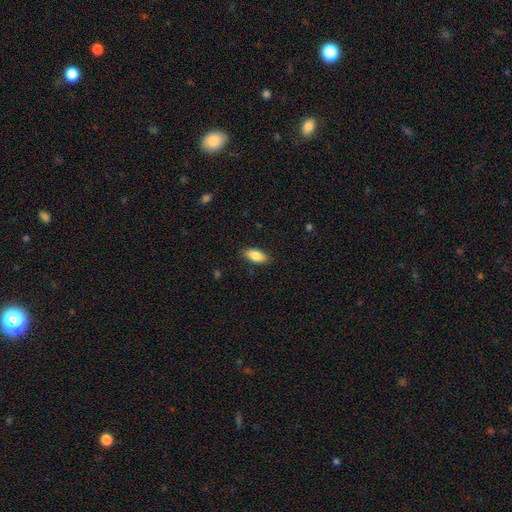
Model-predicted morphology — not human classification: Q: Smooth or featured?
A: smooth (85%); runner-up: featured or disk (9%)
Q: How rounded?
A: in between (88%); runner-up: cigar-shaped (10%)
Q: Merging?
A: none (86%); runner-up: minor disturbance (10%)